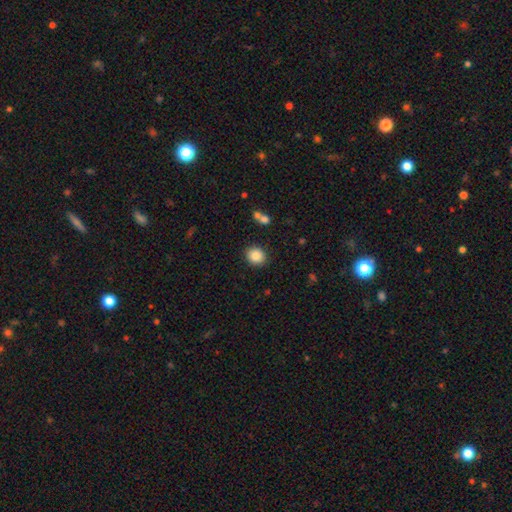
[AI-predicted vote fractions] A smooth galaxy with no disk features (85%) that is round (76%).

Vote fractions:
- Smooth or featured? smooth: 85% / star or artifact: 9% / featured or disk: 7%
- How rounded? round: 76% / in between: 23% / cigar-shaped: 1%
- Merging? none: 89% / minor disturbance: 7% / merger: 2% / major disturbance: 2%